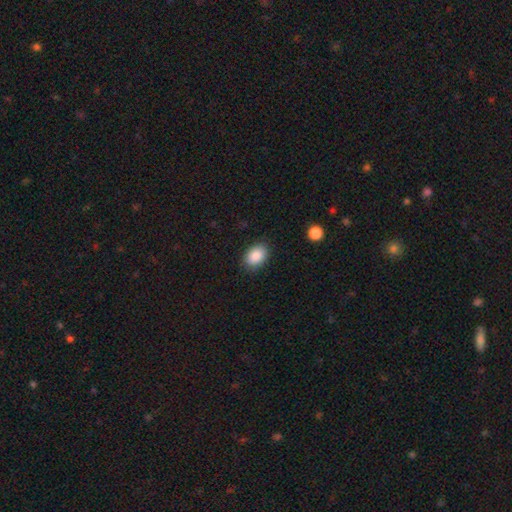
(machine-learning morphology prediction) Smooth or featured? Predicted: smooth (p=0.88). How rounded? Predicted: in between (p=0.81). Merging? Predicted: none (p=0.87).